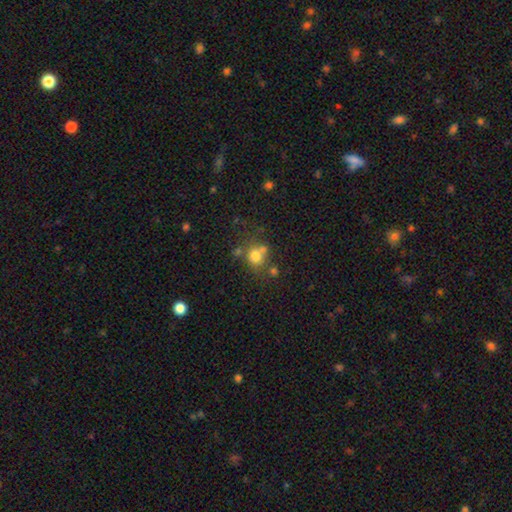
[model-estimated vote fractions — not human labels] Smooth or featured? Predicted: smooth (p=0.74). How rounded? Predicted: round (p=0.80). Merging? Predicted: none (p=0.54).